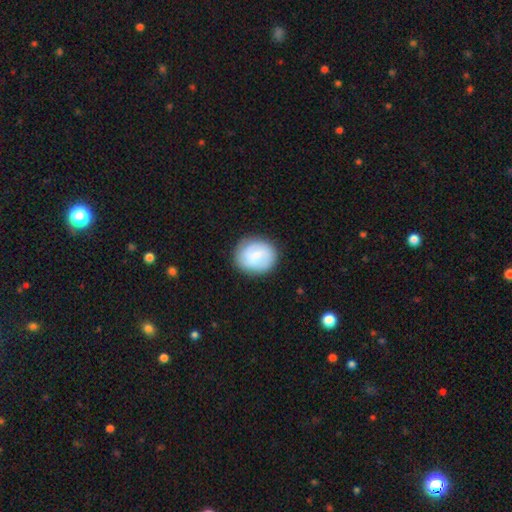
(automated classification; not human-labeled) smooth 69%, featured or disk 25%, star or artifact 7%. Down the decision tree: how rounded — round (70%); merging — none (81%).